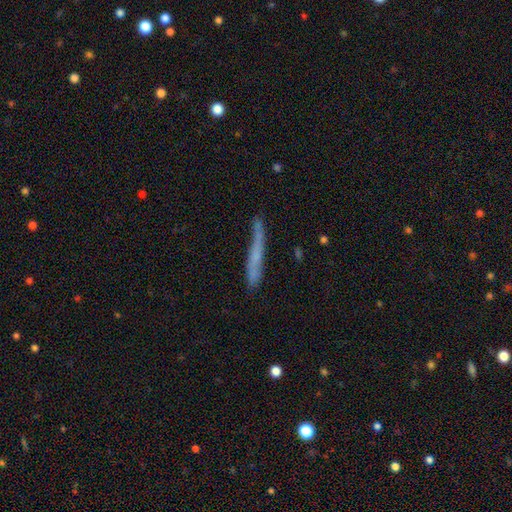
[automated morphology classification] This appears to be a smooth galaxy with no disk features (48%). Merging: none (67%).